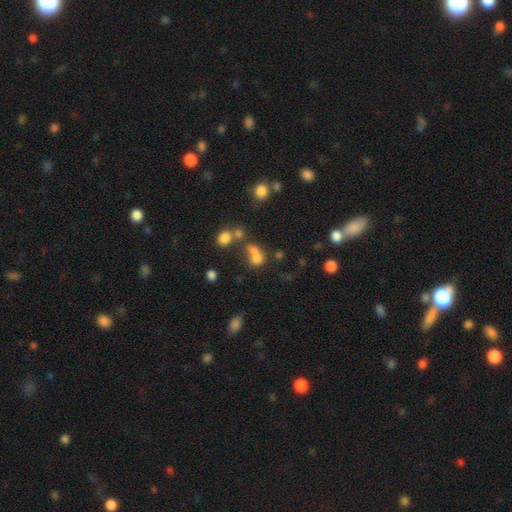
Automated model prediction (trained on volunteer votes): Morphology: type=smooth (69%); roundness=round (58%); merging=merger (51%).